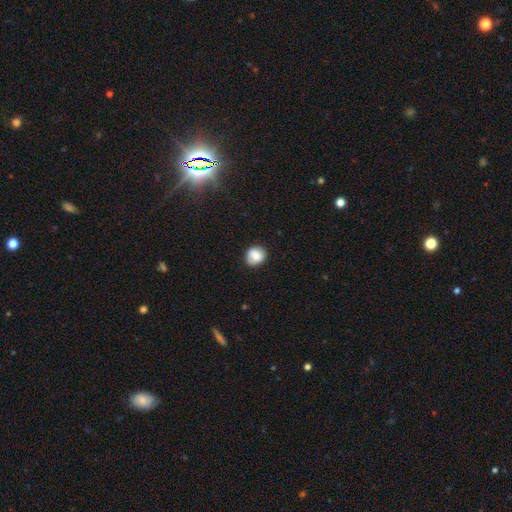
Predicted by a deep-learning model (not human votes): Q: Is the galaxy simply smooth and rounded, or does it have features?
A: smooth — 75%.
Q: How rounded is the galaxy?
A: round — 76%.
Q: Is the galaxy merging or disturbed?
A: none — 79%.